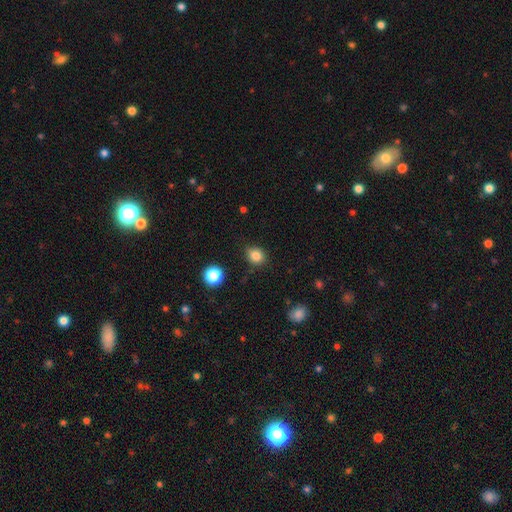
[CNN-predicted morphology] Smooth or featured? smooth (83%)
How rounded? round (68%)
Merging? none (82%)